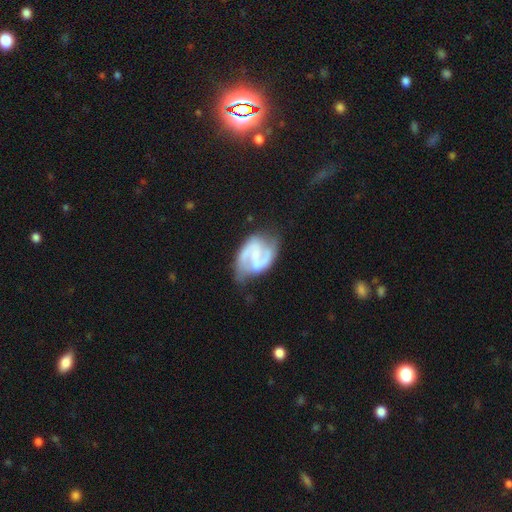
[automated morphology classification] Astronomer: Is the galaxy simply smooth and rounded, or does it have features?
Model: featured or disk — 85%.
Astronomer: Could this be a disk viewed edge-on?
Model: no — 98%.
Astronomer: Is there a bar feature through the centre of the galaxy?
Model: weak — 47% (runner-up: no, 27%).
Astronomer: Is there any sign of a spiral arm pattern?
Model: yes — 95%.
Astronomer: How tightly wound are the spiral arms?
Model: medium — 54%.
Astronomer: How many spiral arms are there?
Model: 2 — 89%.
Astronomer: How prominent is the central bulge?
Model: small — 45% (runner-up: none, 32%).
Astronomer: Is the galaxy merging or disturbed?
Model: none — 58%.